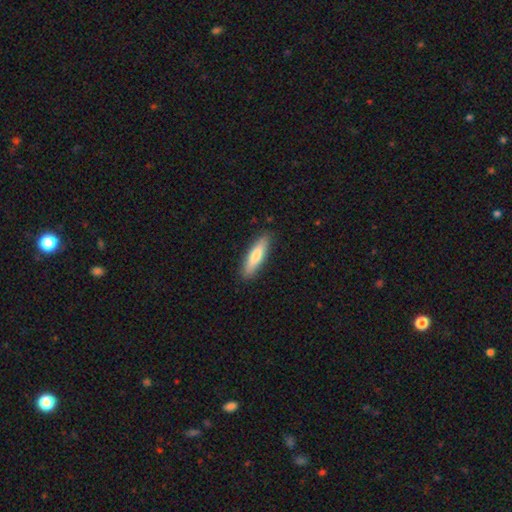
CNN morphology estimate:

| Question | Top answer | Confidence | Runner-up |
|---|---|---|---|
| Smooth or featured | smooth | 74% | featured or disk (21%) |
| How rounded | cigar-shaped | 73% | in between (26%) |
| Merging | none | 89% | minor disturbance (8%) |